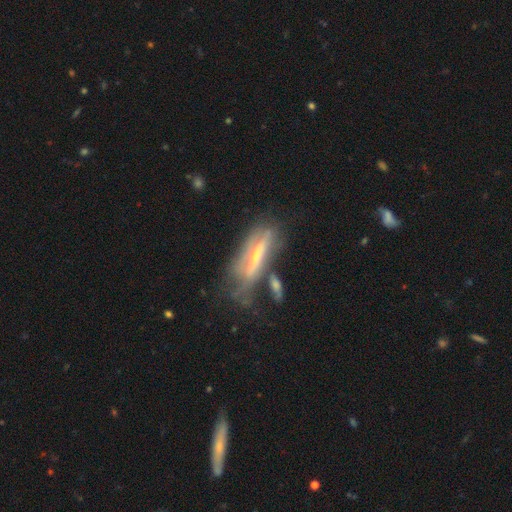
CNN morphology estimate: smooth_or_featured: featured or disk (p=0.68) [alt: smooth p=0.25]
disk_edge_on: yes (p=0.57) [alt: no p=0.43]
merging: none (p=0.42) [alt: minor disturbance p=0.25]